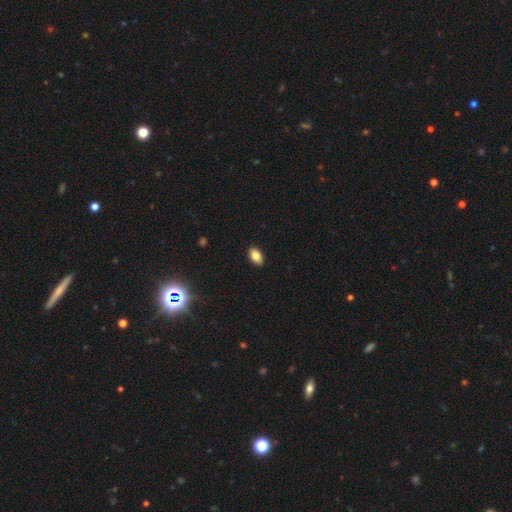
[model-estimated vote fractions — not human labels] Overall: smooth (83%). How rounded: in between (91%). Merging: none (89%).